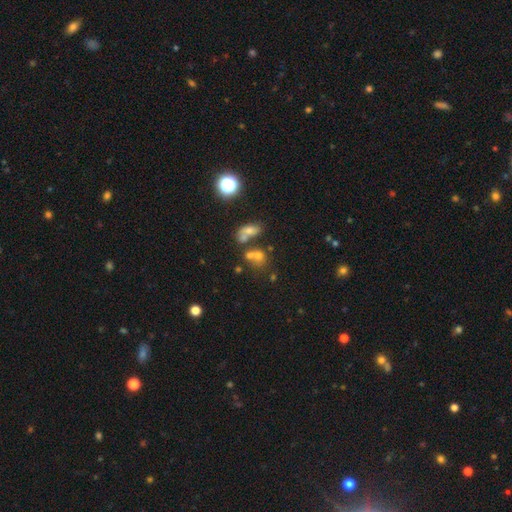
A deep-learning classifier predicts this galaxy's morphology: The model was most divided on "how rounded": round: 49%, in between: 48%, cigar-shaped: 2%. Remaining: smooth or featured — smooth (58%); merging — merger (48%).